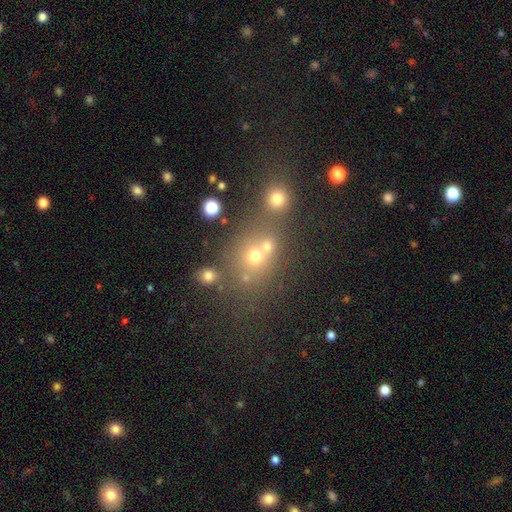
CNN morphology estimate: The model was most divided on "merging": none: 52%, merger: 34%, minor disturbance: 9%, major disturbance: 5%. More confident: how rounded — round (77%); smooth or featured — smooth (65%).